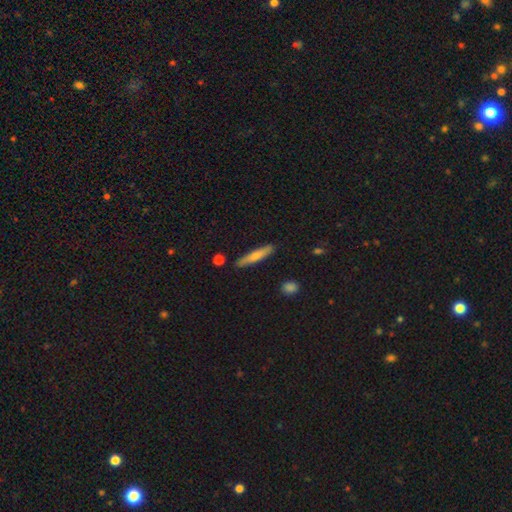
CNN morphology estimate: Smooth or featured: smooth — 69% (featured or disk — 26%)
How rounded: cigar-shaped — 89% (in between — 9%)
Merging: none — 87% (minor disturbance — 9%)